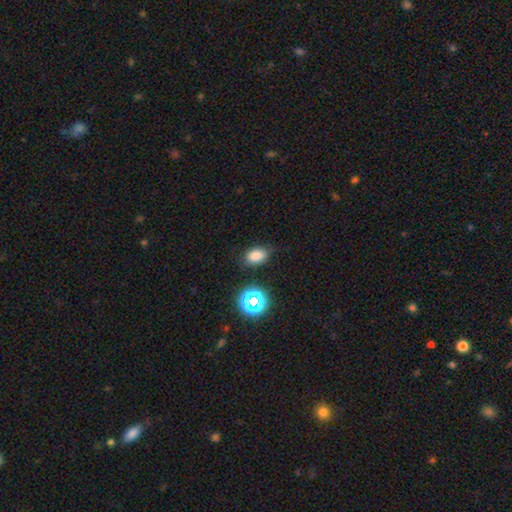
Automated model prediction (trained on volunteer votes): This appears to be a smooth galaxy with no disk features (78%) that is in between round and cigar-shaped (80%). Merging: none (76%).